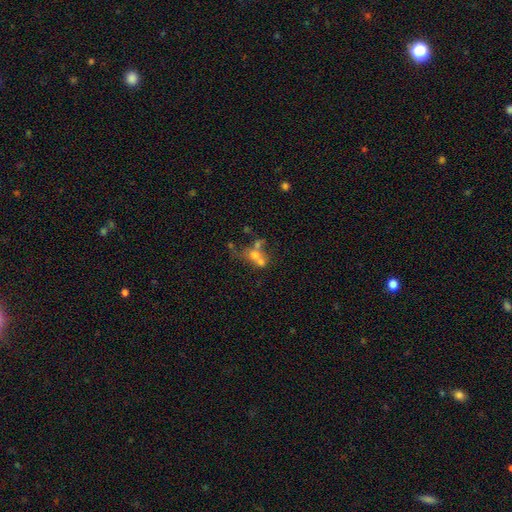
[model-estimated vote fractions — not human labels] This appears to be a smooth galaxy with no disk features (45%). Merging: merger (55%).